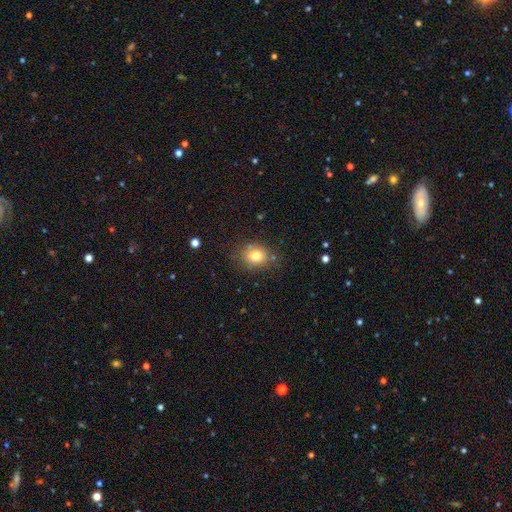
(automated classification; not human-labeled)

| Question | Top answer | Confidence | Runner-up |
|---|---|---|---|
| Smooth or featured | smooth | 78% | star or artifact (12%) |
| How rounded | round | 62% | in between (37%) |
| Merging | none | 78% | minor disturbance (15%) |